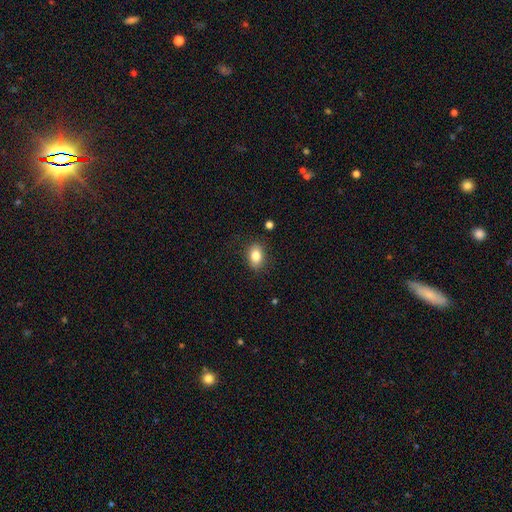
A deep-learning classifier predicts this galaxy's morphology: Q: Smooth or featured?
A: smooth (84%); runner-up: star or artifact (9%)
Q: How rounded?
A: in between (79%); runner-up: round (20%)
Q: Merging?
A: none (85%); runner-up: minor disturbance (11%)